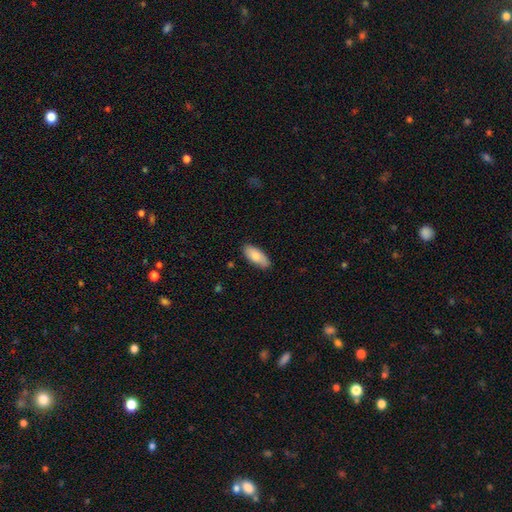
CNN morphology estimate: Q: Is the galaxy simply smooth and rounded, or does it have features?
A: smooth — 81%.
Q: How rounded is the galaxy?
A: in between — 84%.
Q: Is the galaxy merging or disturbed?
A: none — 85%.